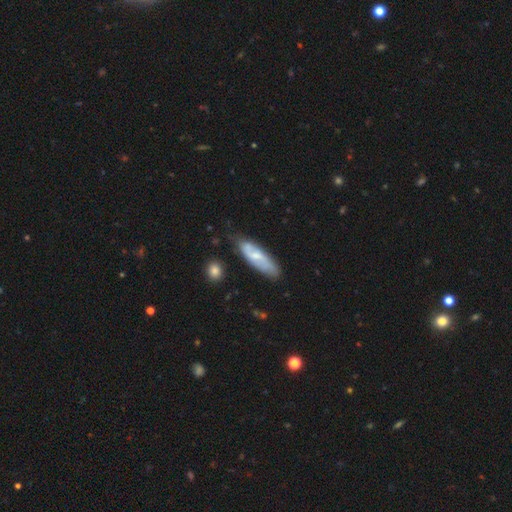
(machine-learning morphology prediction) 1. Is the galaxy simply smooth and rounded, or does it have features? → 49% featured or disk, 45% smooth, 6% star or artifact.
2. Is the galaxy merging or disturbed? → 68% none, 23% minor disturbance, 5% major disturbance, 4% merger.